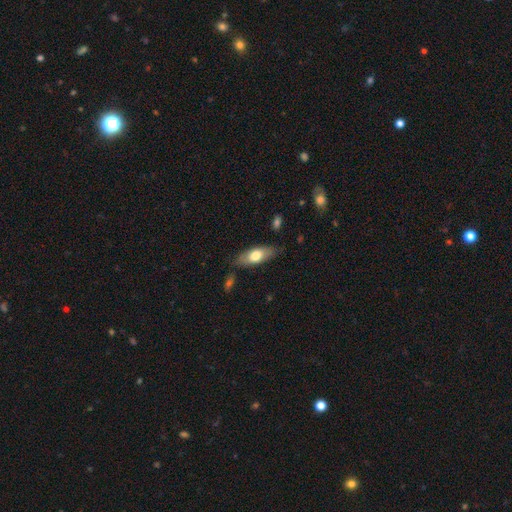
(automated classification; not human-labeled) This is likely a smooth galaxy (67%). How rounded: likely in between (78%). Merging: likely none (78%).